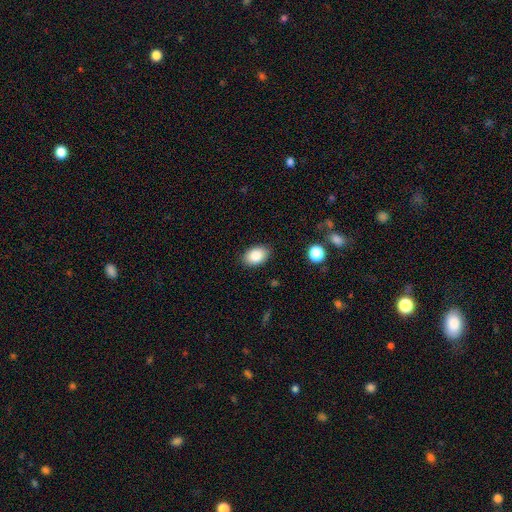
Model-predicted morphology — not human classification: A smooth galaxy with no disk features (86%) that is in between round and cigar-shaped (85%).

Vote fractions:
- Smooth or featured? smooth: 86% / star or artifact: 8% / featured or disk: 6%
- How rounded? in between: 85% / round: 14% / cigar-shaped: 1%
- Merging? none: 87% / minor disturbance: 10% / major disturbance: 2% / merger: 1%